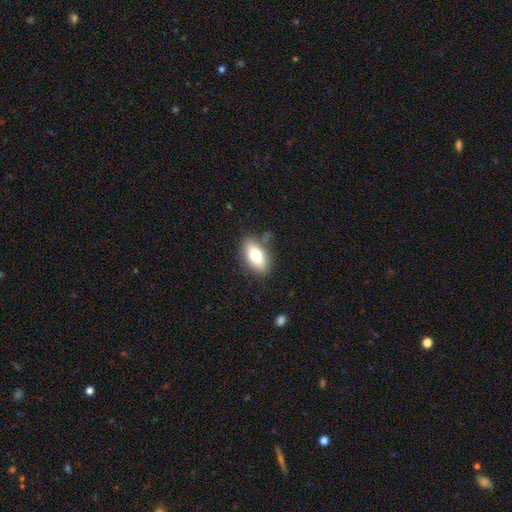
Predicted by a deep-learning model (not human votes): Morphology: type=smooth (73%); roundness=in between (87%); merging=none (81%).